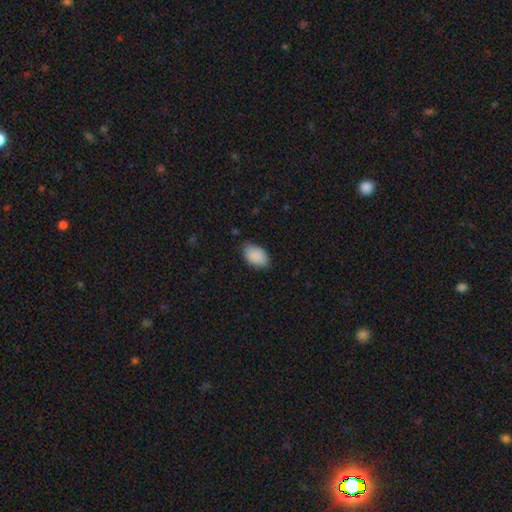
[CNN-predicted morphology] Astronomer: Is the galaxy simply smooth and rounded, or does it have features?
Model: smooth — 90%.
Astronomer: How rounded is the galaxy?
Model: in between — 91%.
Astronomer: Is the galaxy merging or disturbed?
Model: none — 76%.